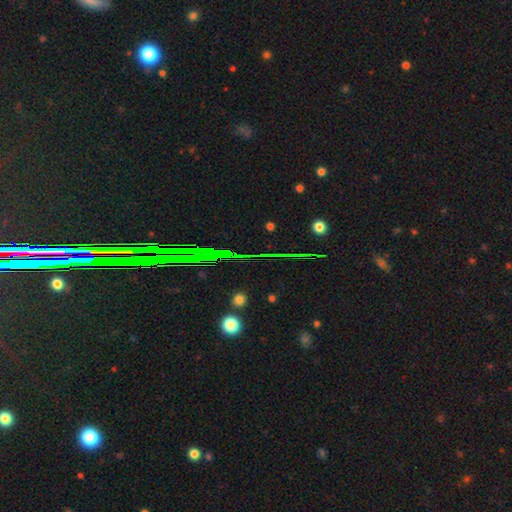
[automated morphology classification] Smooth or featured?
  - star or artifact: 79% *
  - featured or disk: 11%
  - smooth: 10%